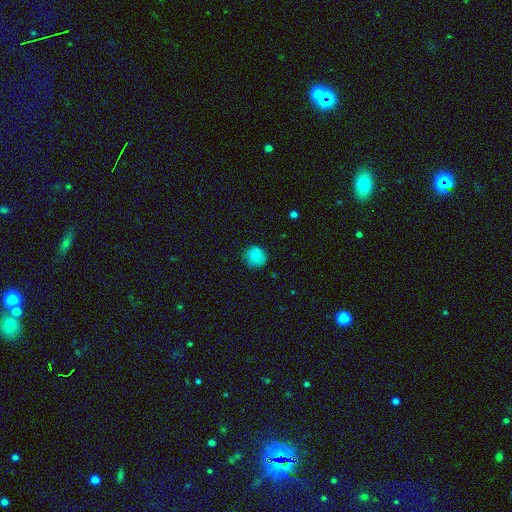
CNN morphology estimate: Q: Smooth or featured?
A: smooth (85%); runner-up: star or artifact (10%)
Q: How rounded?
A: round (89%); runner-up: in between (10%)
Q: Merging?
A: none (80%); runner-up: minor disturbance (16%)